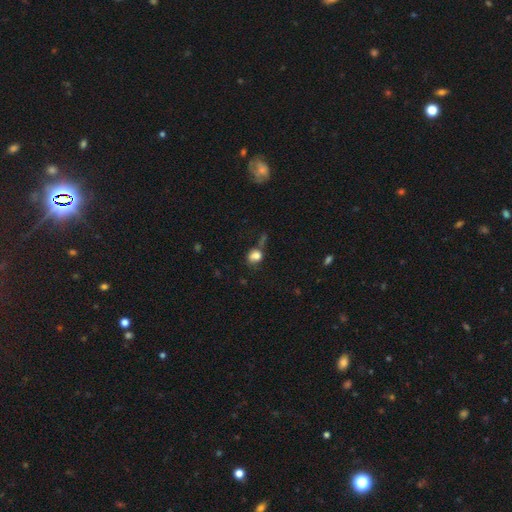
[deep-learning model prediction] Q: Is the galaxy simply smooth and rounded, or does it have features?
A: smooth — 78%.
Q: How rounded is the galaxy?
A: round — 59%.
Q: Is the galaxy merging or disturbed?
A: none — 41%.